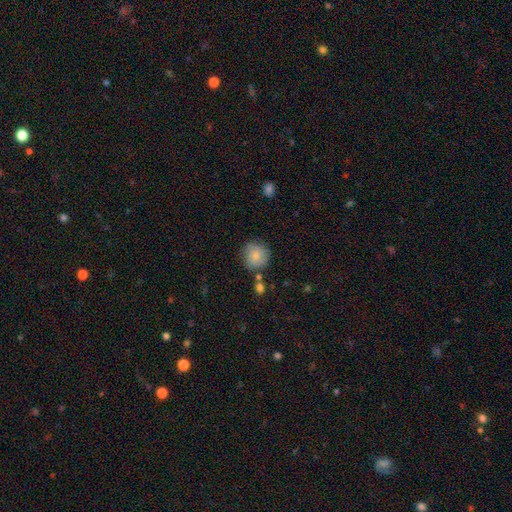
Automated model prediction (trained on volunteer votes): A smooth galaxy with no disk features (81%) that is round (91%).

Vote fractions:
- Smooth or featured? smooth: 81% / featured or disk: 11% / star or artifact: 8%
- How rounded? round: 91% / in between: 8% / cigar-shaped: 1%
- Merging? none: 75% / minor disturbance: 15% / merger: 6% / major disturbance: 4%